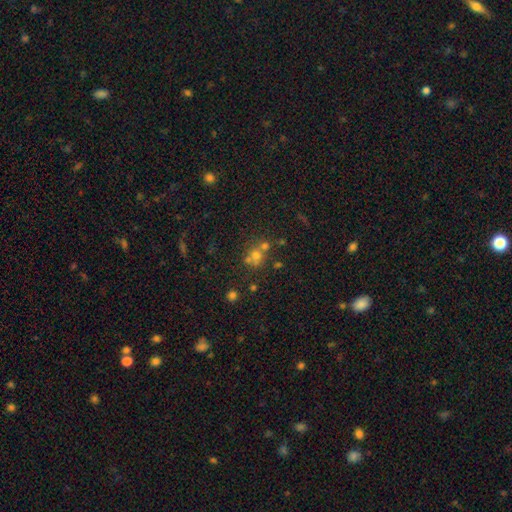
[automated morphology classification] This appears to be a smooth galaxy with no disk features (53%) that is round (80%). Merging: none (48%).